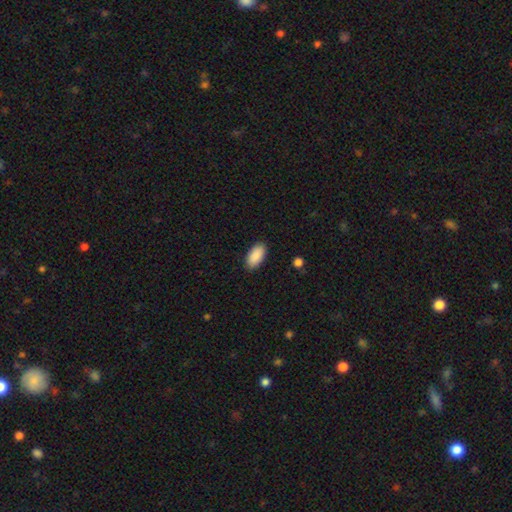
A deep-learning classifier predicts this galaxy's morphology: type=smooth (90%); roundness=in between (94%); merging=none (89%).